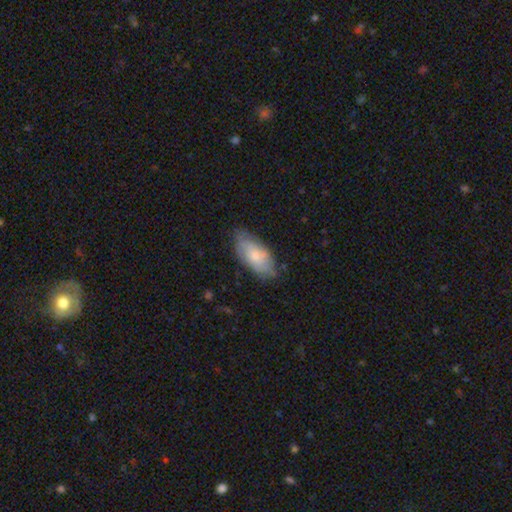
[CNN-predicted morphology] Q: Smooth or featured?
A: smooth (67%); runner-up: featured or disk (27%)
Q: How rounded?
A: in between (90%); runner-up: cigar-shaped (8%)
Q: Merging?
A: none (69%); runner-up: minor disturbance (25%)